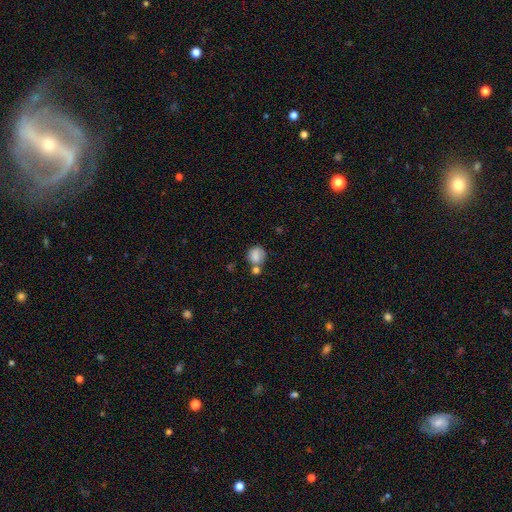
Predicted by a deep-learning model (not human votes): Smooth or featured: smooth — 78% (featured or disk — 12%)
How rounded: round — 68% (in between — 31%)
Merging: none — 40% (merger — 33%)